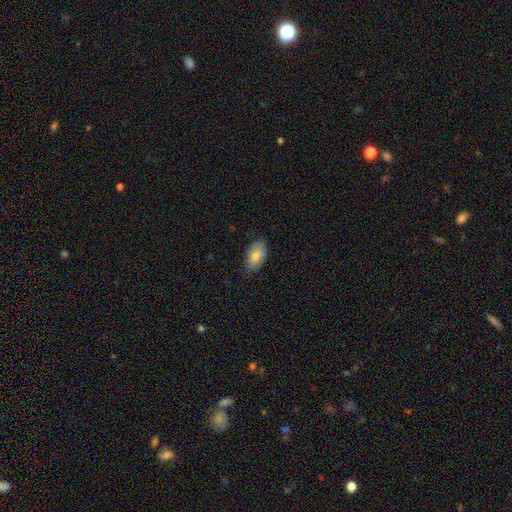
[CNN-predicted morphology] Smooth or featured: smooth — 81% (featured or disk — 13%)
How rounded: in between — 93% (round — 5%)
Merging: none — 78% (minor disturbance — 18%)